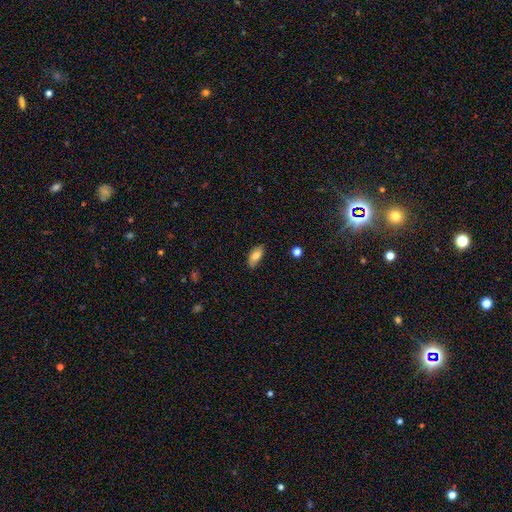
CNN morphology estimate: Smooth or featured? smooth (78%)
How rounded? in between (85%)
Merging? none (76%)